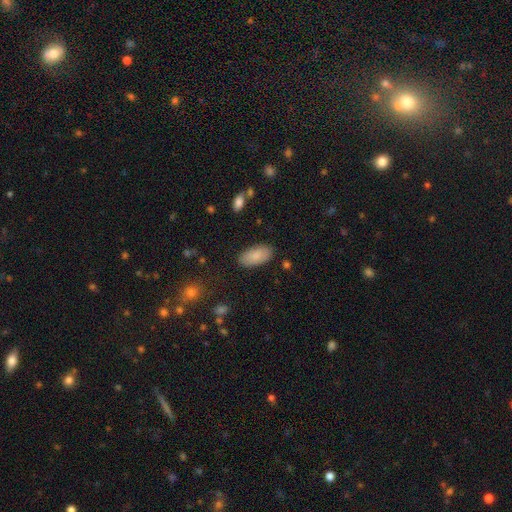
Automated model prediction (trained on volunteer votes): Morphology: type=smooth (86%); roundness=in between (94%); merging=none (86%).